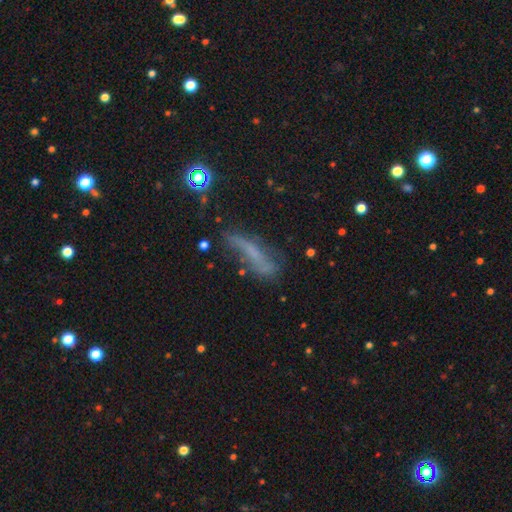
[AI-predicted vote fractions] smooth-or-featured: smooth: 42% | featured or disk: 41% | star or artifact: 17%
  merging: none: 42% | minor disturbance: 29% | major disturbance: 22% | merger: 7%